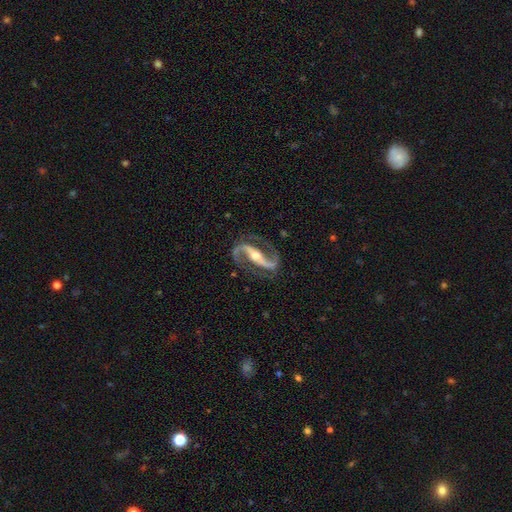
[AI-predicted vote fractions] The model was most divided on "spiral winding": medium: 51%, loose: 36%, tight: 13%. More confident: spiral arms — yes (98%); edge-on disk — no (95%); spiral arm count — 2 (94%); smooth or featured — featured or disk (93%); merging — none (81%); bar — strong (63%); bulge size — moderate (60%).